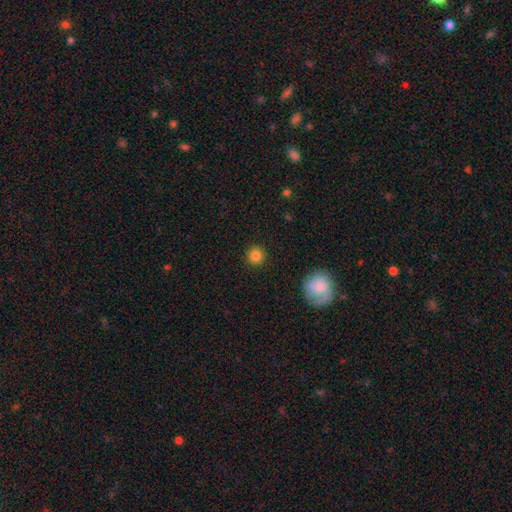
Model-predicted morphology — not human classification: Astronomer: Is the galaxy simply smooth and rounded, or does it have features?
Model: smooth — 84%.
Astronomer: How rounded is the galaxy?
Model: round — 93%.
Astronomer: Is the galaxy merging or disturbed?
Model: none — 91%.